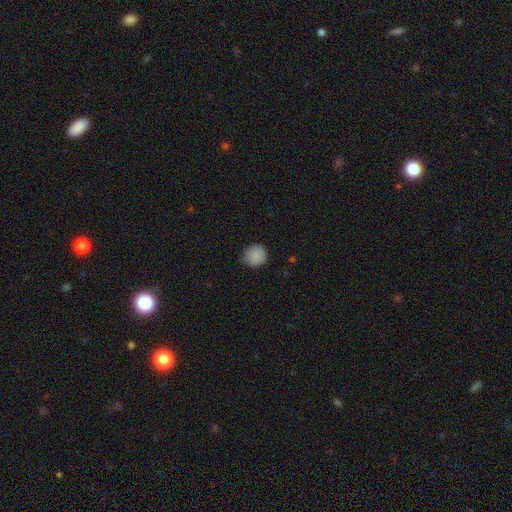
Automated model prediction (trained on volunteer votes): smooth_or_featured: smooth (p=0.87) [alt: star or artifact p=0.08]
how_rounded: round (p=0.89) [alt: in between p=0.10]
merging: none (p=0.78) [alt: minor disturbance p=0.18]